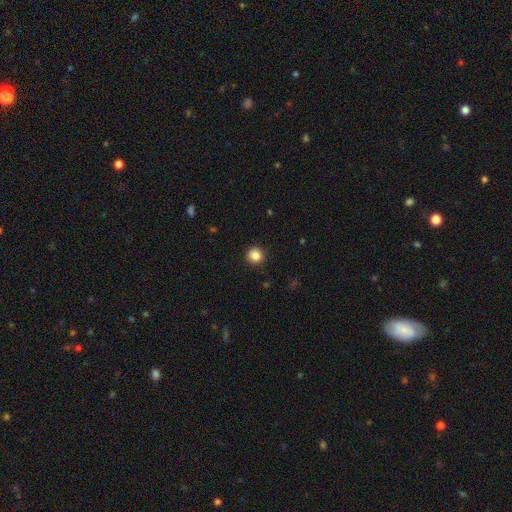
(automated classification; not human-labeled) Smooth or featured?
  - smooth: 86% *
  - star or artifact: 10%
  - featured or disk: 4%
How rounded?
  - round: 93% *
  - in between: 6%
  - cigar-shaped: 1%
Merging?
  - none: 92% *
  - minor disturbance: 6%
  - major disturbance: 2%
  - merger: 1%